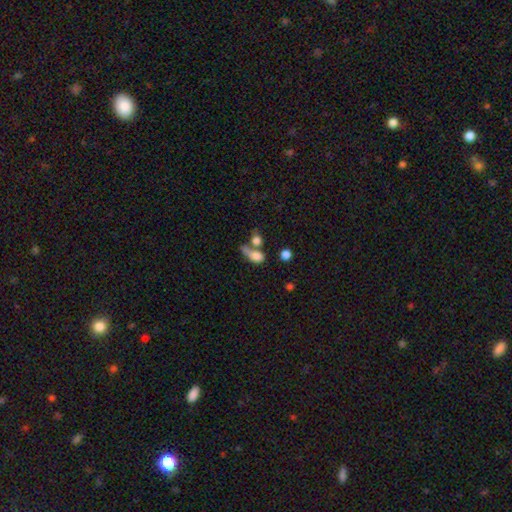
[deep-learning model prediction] This appears to be a smooth galaxy with no disk features (70%) that is in between round and cigar-shaped (66%). Merging: merger (50%).